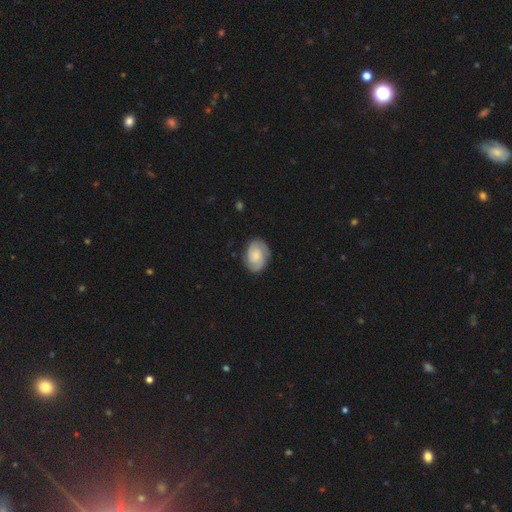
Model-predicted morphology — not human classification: A featured or disk galaxy (61%) with no bar (69%), 2 (71%) tight (52%) spiral arms (93%) and a small central bulge (37%).

Vote fractions:
- Smooth or featured? featured or disk: 61% / smooth: 32% / star or artifact: 7%
- Edge-on disk? no: 97% / yes: 3%
- Bar? no: 69% / weak: 27% / strong: 4%
- Spiral arms? yes: 93% / no: 7%
- Spiral winding? tight: 52% / medium: 37% / loose: 11%
- Spiral arm count? 2: 71% / can't tell: 14% / 3: 7% / 1: 4% / 4: 2% / more than 4: 2%
- Bulge size? small: 37% / moderate: 32% / none: 18% / large: 11% / dominant: 2%
- Merging? none: 81% / minor disturbance: 14% / major disturbance: 4% / merger: 1%